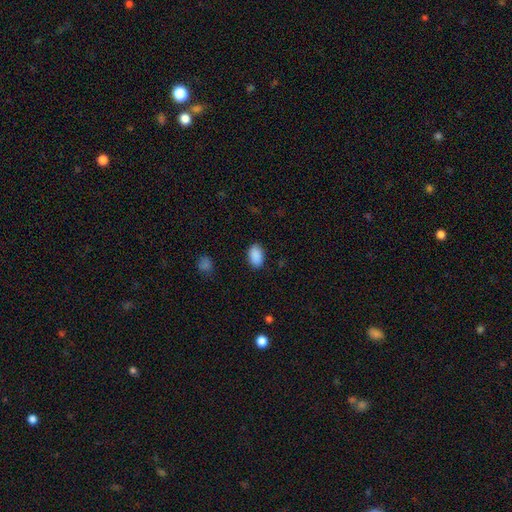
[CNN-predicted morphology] Smooth or featured? Predicted: smooth (p=0.90). How rounded? Predicted: in between (p=0.90). Merging? Predicted: none (p=0.86).